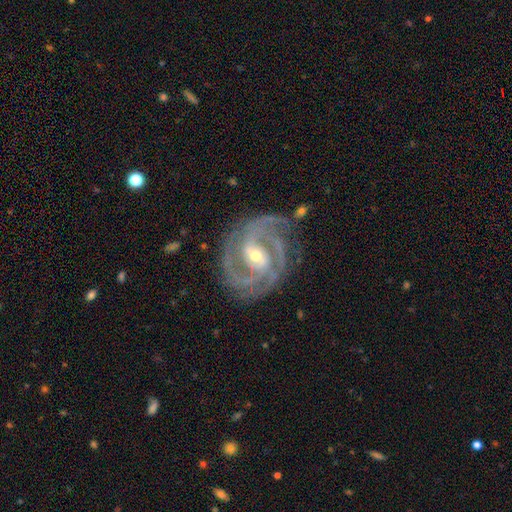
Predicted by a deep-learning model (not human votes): The model was most divided on "spiral arm count": 2: 37%, 3: 34%, 4: 10%, can't tell: 9%, more than 4: 5%, 1: 5%. Remaining: spiral arms — yes (98%); edge-on disk — no (98%); smooth or featured — featured or disk (93%); merging — none (77%); spiral winding — tight (56%); bulge size — moderate (52%); bar — weak (45%).